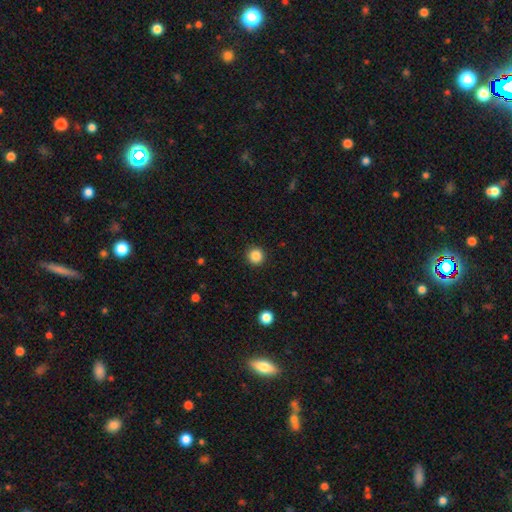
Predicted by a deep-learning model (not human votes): Smooth or featured?
  - smooth: 86% *
  - star or artifact: 11%
  - featured or disk: 3%
How rounded?
  - round: 95% *
  - in between: 4%
  - cigar-shaped: 1%
Merging?
  - none: 93% *
  - minor disturbance: 5%
  - major disturbance: 2%
  - merger: 1%